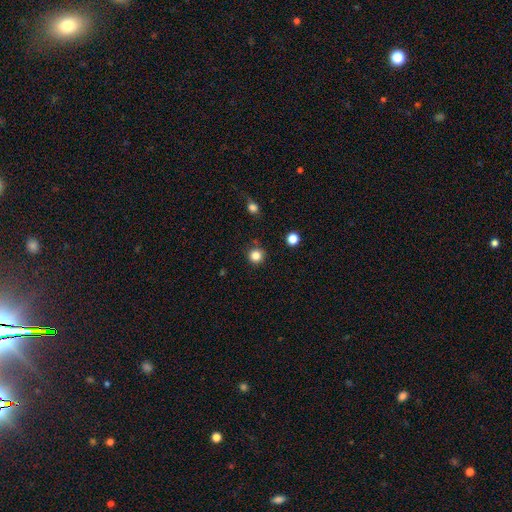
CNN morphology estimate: Overall: smooth (84%). How rounded: round (95%). Merging: none (88%).